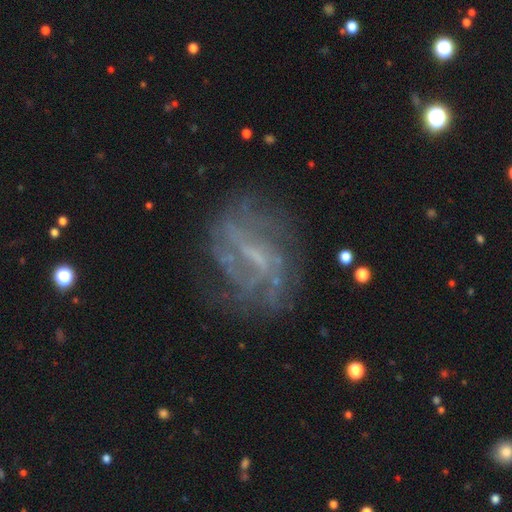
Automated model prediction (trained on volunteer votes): This is likely a featured or disk galaxy (78%). It is clearly not viewed edge-on (96%). Bar: possibly weak (47%). Spiral arm pattern: likely yes (75%). Spiral arm count: possibly can't tell (48%). Spiral winding: marginally medium (37%). Central bulge: possibly none (46%). Merging: likely none (60%).